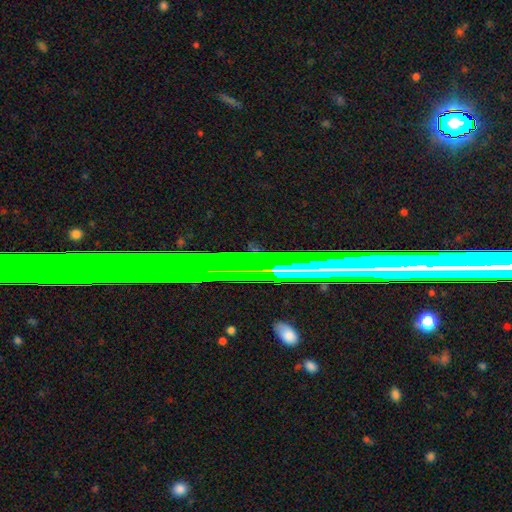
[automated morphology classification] smooth_or_featured: star or artifact (p=0.52) [alt: featured or disk p=0.30]